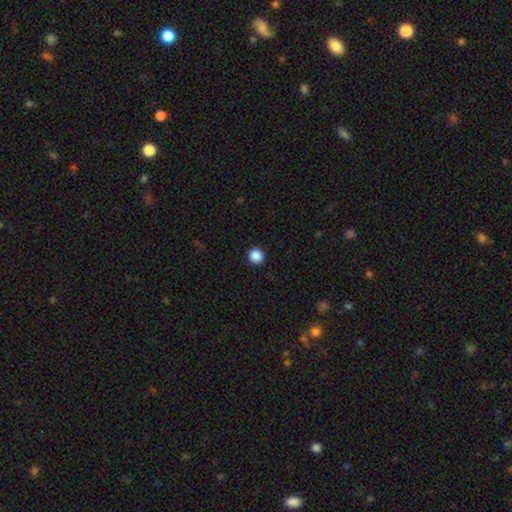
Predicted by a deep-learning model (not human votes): Q: Smooth or featured?
A: smooth (88%); runner-up: star or artifact (10%)
Q: How rounded?
A: round (96%); runner-up: in between (4%)
Q: Merging?
A: none (94%); runner-up: minor disturbance (4%)